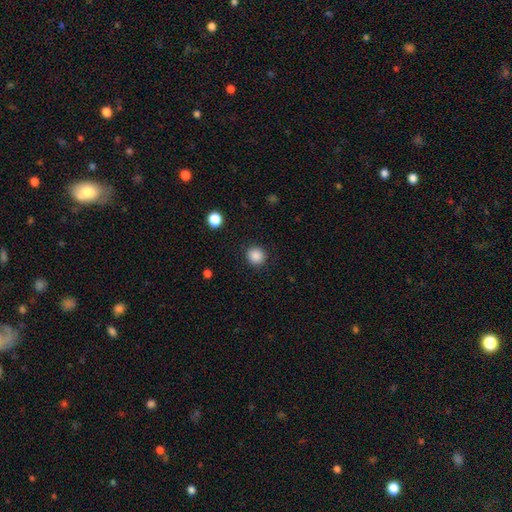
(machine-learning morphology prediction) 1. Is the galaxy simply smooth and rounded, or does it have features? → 87% smooth, 10% star or artifact, 3% featured or disk.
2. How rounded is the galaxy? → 92% round, 7% in between, 1% cigar-shaped.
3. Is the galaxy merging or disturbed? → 90% none, 6% minor disturbance, 3% major disturbance, 1% merger.